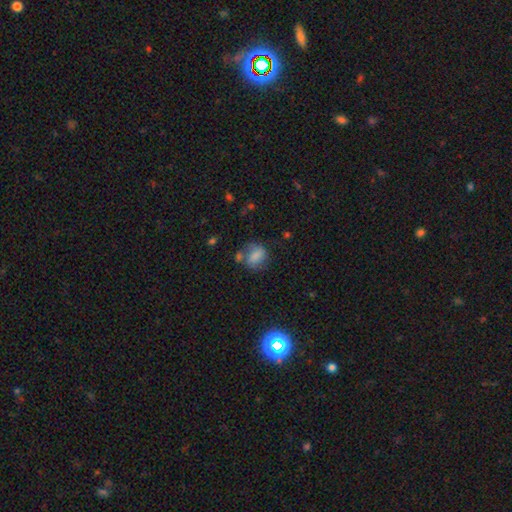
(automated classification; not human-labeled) Smooth or featured: smooth — 73% (featured or disk — 17%)
How rounded: round — 50% (in between — 48%)
Merging: none — 49% (minor disturbance — 22%)